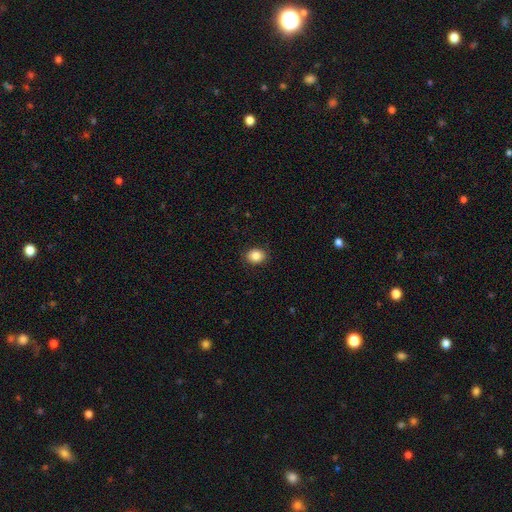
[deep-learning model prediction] A smooth galaxy with no disk features (85%) that is round (59%).

Vote fractions:
- Smooth or featured? smooth: 85% / star or artifact: 9% / featured or disk: 6%
- How rounded? round: 59% / in between: 40% / cigar-shaped: 1%
- Merging? none: 88% / minor disturbance: 9% / major disturbance: 2% / merger: 1%